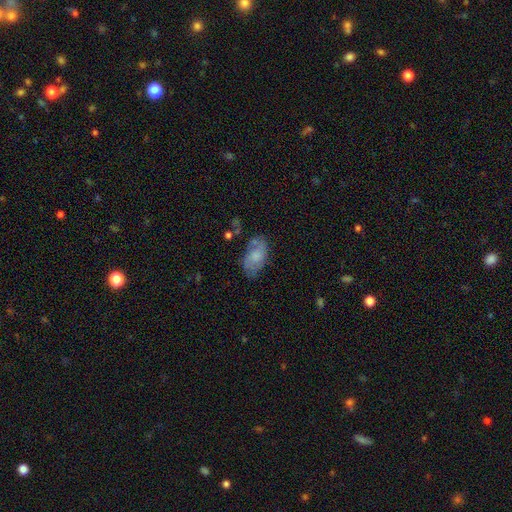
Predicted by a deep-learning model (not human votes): smooth-or-featured: smooth: 50% | featured or disk: 43% | star or artifact: 8%
  merging: none: 60% | minor disturbance: 25% | major disturbance: 11% | merger: 5%